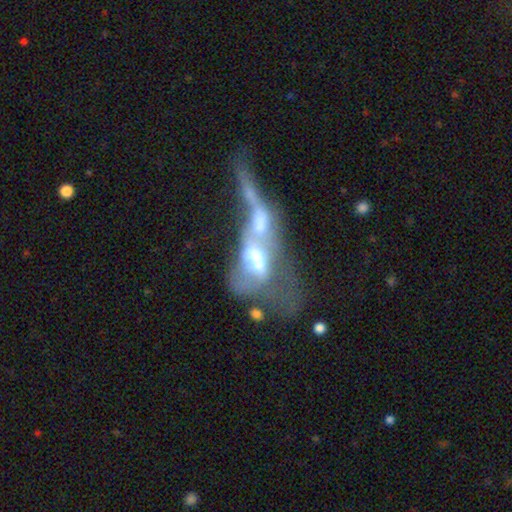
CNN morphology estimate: This appears to be a featured or disk galaxy (66%) with no bar (72%), no spiral arms (74%) and a moderate central bulge (45%). Merging: merger (70%).